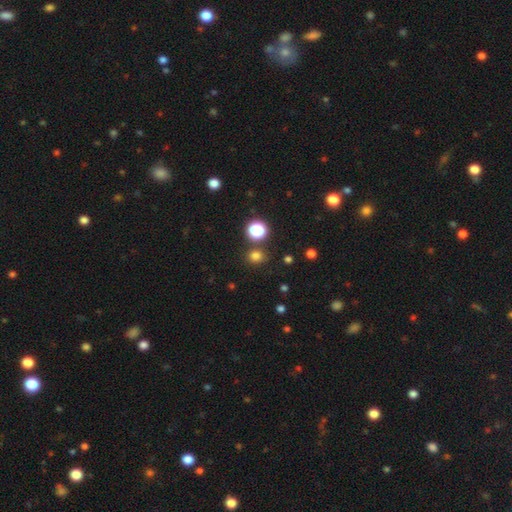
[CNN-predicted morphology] Smooth or featured?
  - smooth: 76% *
  - star or artifact: 19%
  - featured or disk: 5%
How rounded?
  - round: 75% *
  - in between: 24%
  - cigar-shaped: 1%
Merging?
  - none: 82% *
  - minor disturbance: 8%
  - merger: 6%
  - major disturbance: 3%